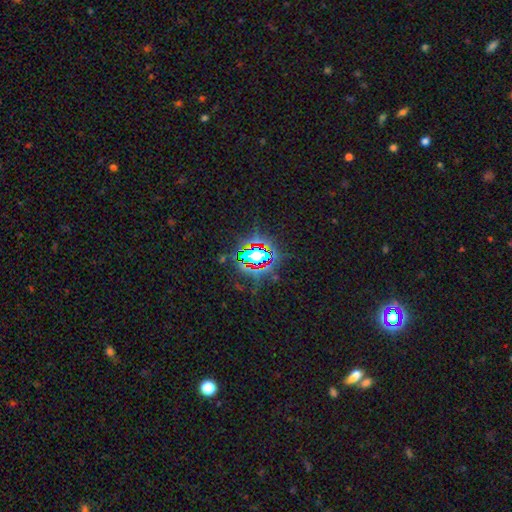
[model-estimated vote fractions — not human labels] Q: Smooth or featured?
A: star or artifact (73%); runner-up: smooth (15%)